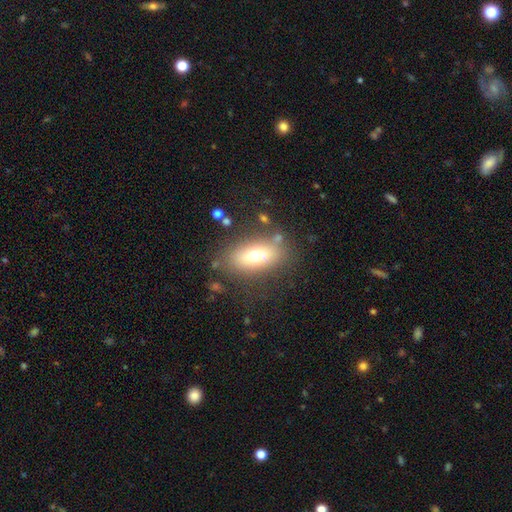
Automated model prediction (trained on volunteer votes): Smooth or featured: smooth — 69% (featured or disk — 21%)
How rounded: in between — 83% (round — 9%)
Merging: none — 76% (minor disturbance — 14%)